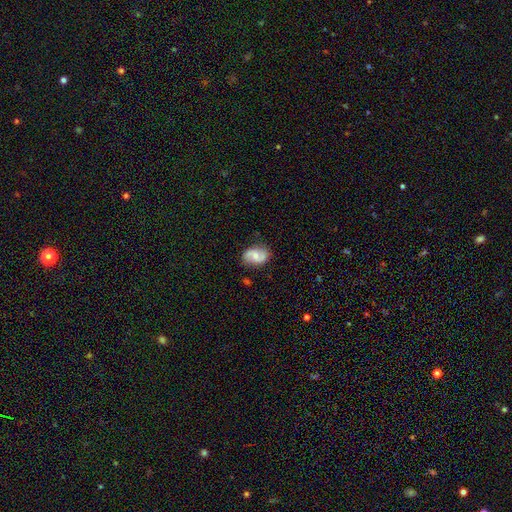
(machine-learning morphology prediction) Smooth or featured: featured or disk — 64% (smooth — 30%)
Edge-on disk: no — 97% (yes — 3%)
Bar: no — 54% (weak — 38%)
Spiral arms: yes — 90% (no — 10%)
Spiral winding: medium — 42% (loose — 39%)
Spiral arm count: 2 — 89% (can't tell — 6%)
Bulge size: moderate — 55% (small — 37%)
Merging: none — 76% (minor disturbance — 18%)